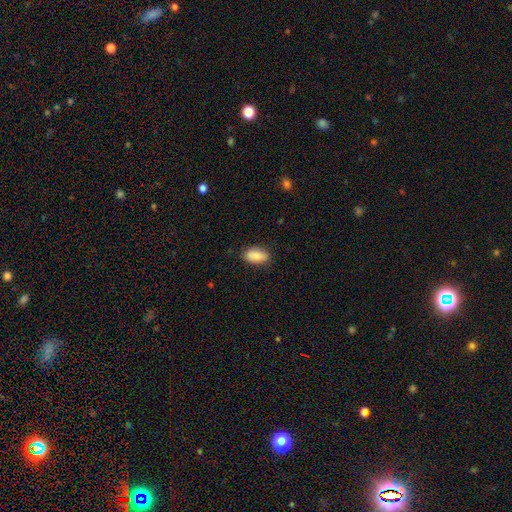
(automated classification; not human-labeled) A smooth galaxy with no disk features (86%) that is in between round and cigar-shaped (90%).

Vote fractions:
- Smooth or featured? smooth: 86% / featured or disk: 8% / star or artifact: 7%
- How rounded? in between: 90% / cigar-shaped: 6% / round: 4%
- Merging? none: 83% / minor disturbance: 13% / major disturbance: 3% / merger: 1%